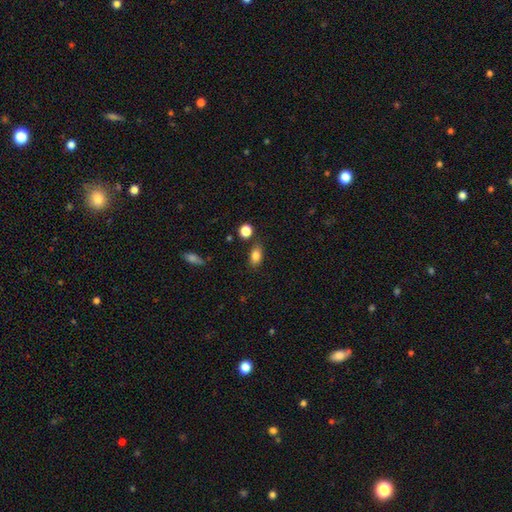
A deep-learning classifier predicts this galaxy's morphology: The model was most divided on "merging": none: 78%, minor disturbance: 13%, merger: 5%, major disturbance: 3%. More confident: how rounded — in between (84%); smooth or featured — smooth (83%).